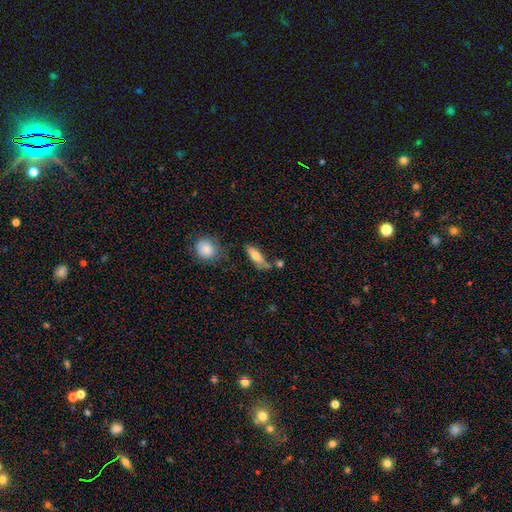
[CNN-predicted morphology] smooth-or-featured: smooth: 65% | featured or disk: 28% | star or artifact: 7%
  how-rounded: in between: 51% | cigar-shaped: 46% | round: 3%
  merging: none: 56% | minor disturbance: 22% | merger: 14% | major disturbance: 8%